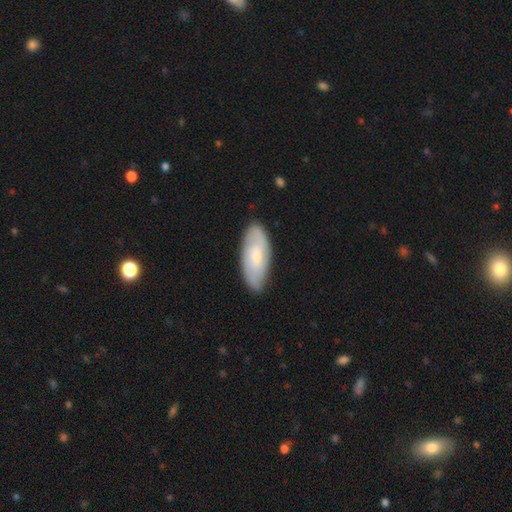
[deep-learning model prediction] A smooth galaxy with no disk features (51%) that is in between round and cigar-shaped (82%).

Vote fractions:
- Smooth or featured? smooth: 51% / featured or disk: 43% / star or artifact: 6%
- How rounded? in between: 82% / cigar-shaped: 15% / round: 2%
- Merging? none: 82% / minor disturbance: 14% / major disturbance: 3% / merger: 1%